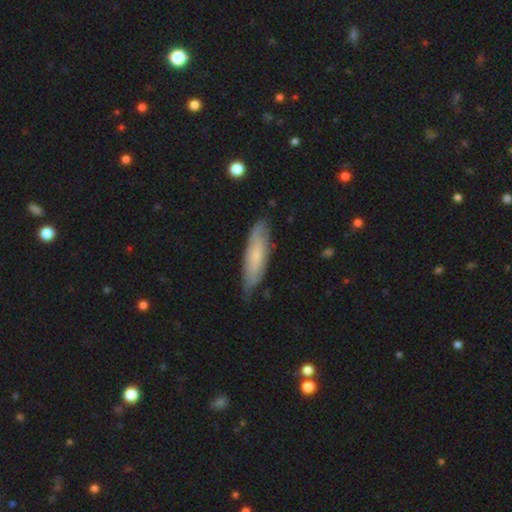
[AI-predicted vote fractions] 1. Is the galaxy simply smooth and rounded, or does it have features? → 53% smooth, 41% featured or disk, 6% star or artifact.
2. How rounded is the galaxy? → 59% cigar-shaped, 39% in between, 2% round.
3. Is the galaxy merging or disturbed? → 71% none, 24% minor disturbance, 4% major disturbance, 2% merger.